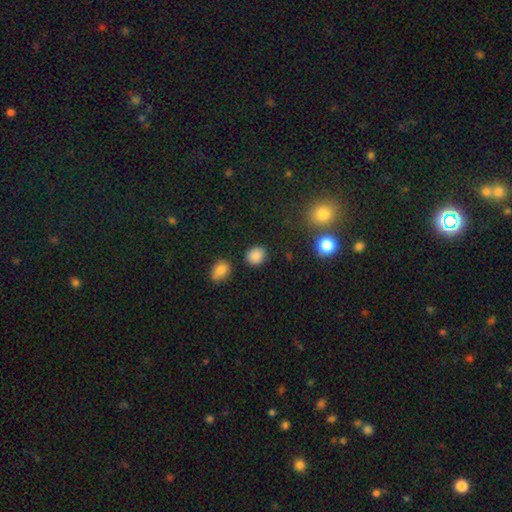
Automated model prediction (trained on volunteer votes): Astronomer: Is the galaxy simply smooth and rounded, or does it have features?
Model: smooth — 86%.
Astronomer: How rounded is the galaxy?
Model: round — 66%.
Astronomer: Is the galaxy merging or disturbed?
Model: none — 85%.